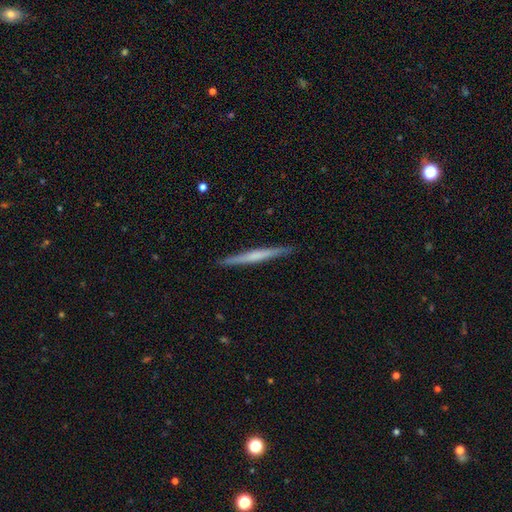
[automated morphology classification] smooth-or-featured: featured or disk: 53% | smooth: 41% | star or artifact: 5%
  disk-edge-on: yes: 98% | no: 2%
    edge-on-bulge: none: 62% | rounded: 27% | boxy: 11%
  merging: none: 92% | minor disturbance: 6% | major disturbance: 1% | merger: 1%